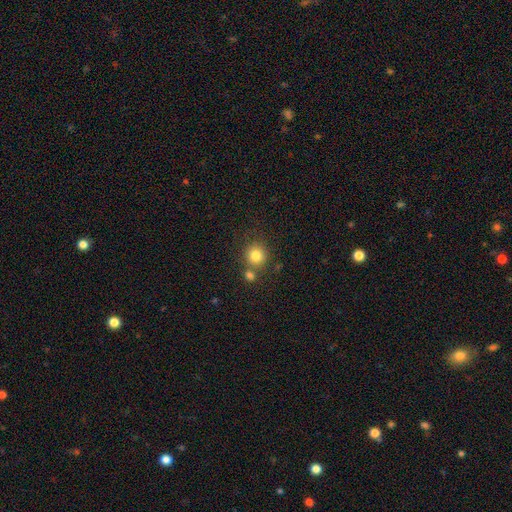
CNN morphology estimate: smooth_or_featured: smooth (p=0.82) [alt: star or artifact p=0.11]
how_rounded: round (p=0.90) [alt: in between p=0.09]
merging: none (p=0.68) [alt: merger p=0.20]